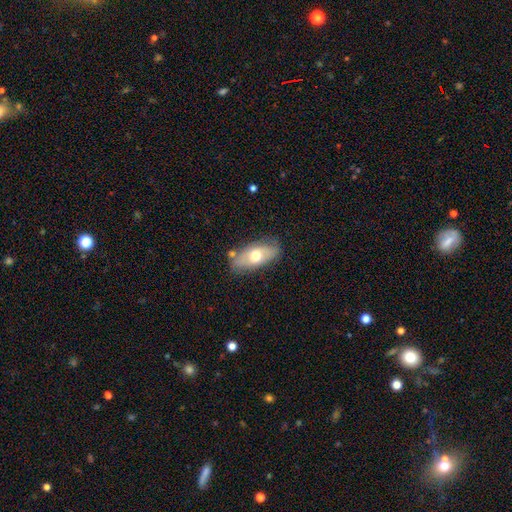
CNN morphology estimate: Overall: smooth (59%; featured or disk 34%). How rounded: in between (87%). Merging: none (72%).